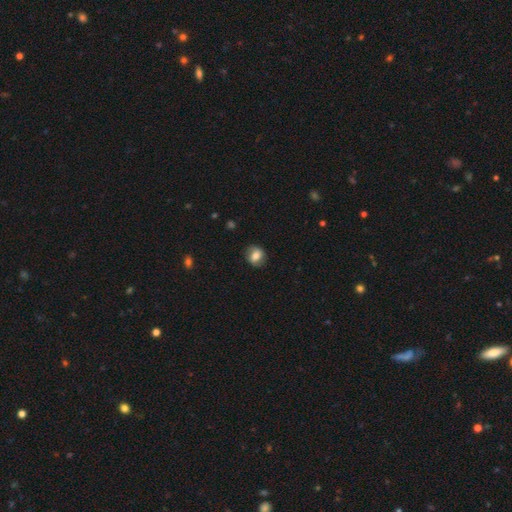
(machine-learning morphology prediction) The model was most divided on "how rounded": round: 61%, in between: 38%, cigar-shaped: 1%. More confident: merging — none (81%); smooth or featured — smooth (68%).